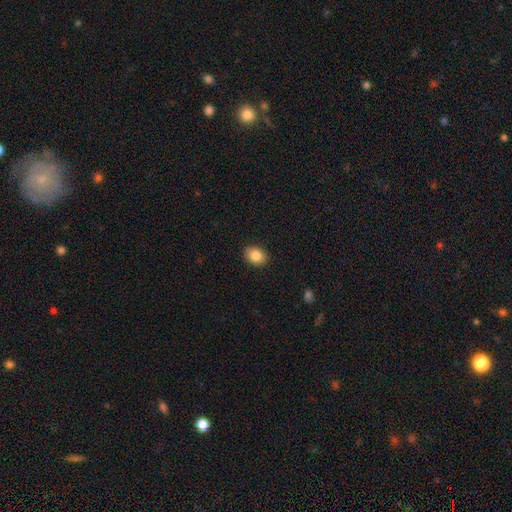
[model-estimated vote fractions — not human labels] This appears to be a smooth galaxy with no disk features (85%) that is in between round and cigar-shaped (67%). Merging: none (89%).